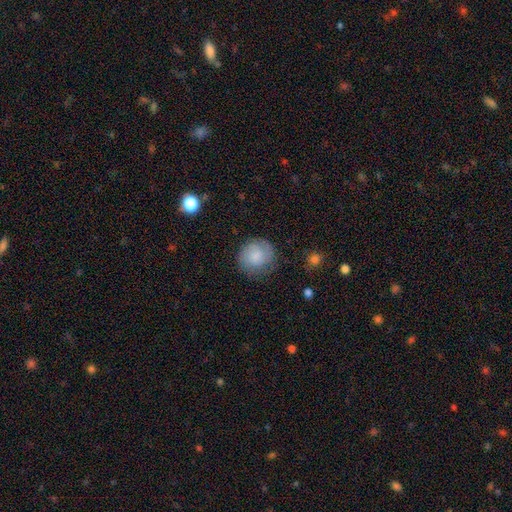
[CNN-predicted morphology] Smooth or featured?
  - smooth: 74% *
  - featured or disk: 19%
  - star or artifact: 7%
How rounded?
  - round: 89% *
  - in between: 10%
  - cigar-shaped: 1%
Merging?
  - none: 76% *
  - minor disturbance: 17%
  - major disturbance: 6%
  - merger: 1%